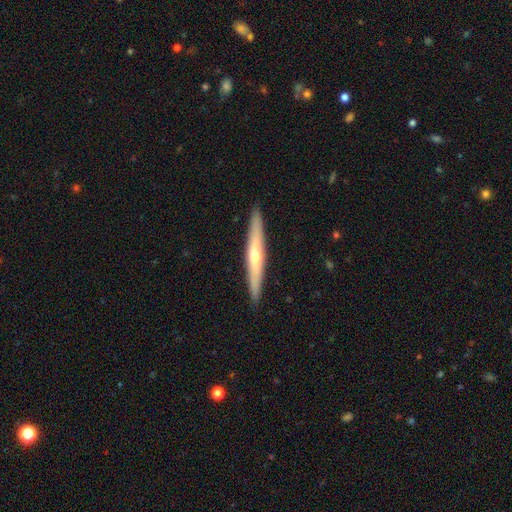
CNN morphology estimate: Overall: featured or disk (61%; smooth 33%). Edge-on disk: yes (94%). Edge-on bulge: rounded (79%). Merging: none (92%).